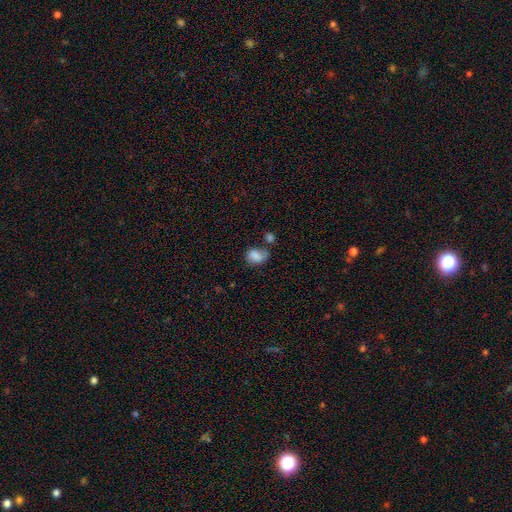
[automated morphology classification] Overall: smooth (75%). How rounded: in between (62%; round 37%). Merging: none (38%; minor disturbance 25%).